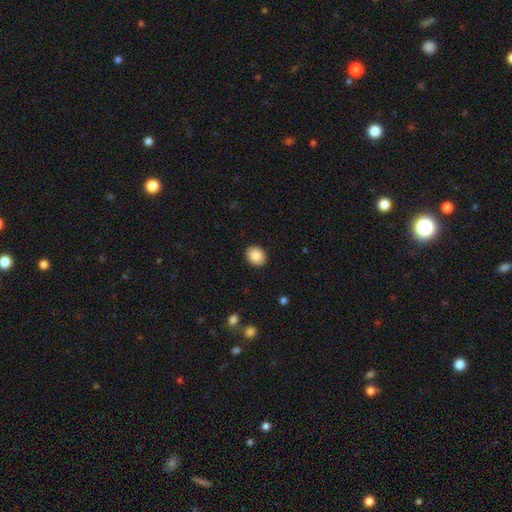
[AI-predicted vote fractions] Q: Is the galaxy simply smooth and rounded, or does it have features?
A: smooth — 89%.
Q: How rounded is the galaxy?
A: round — 58%.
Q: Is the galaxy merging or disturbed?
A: none — 90%.